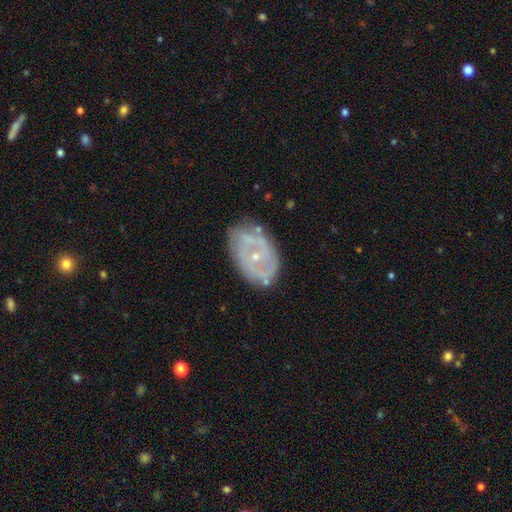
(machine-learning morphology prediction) A featured or disk galaxy (77%) with no bar (70%), spiral arms (66%) and a small central bulge (73%).

Vote fractions:
- Smooth or featured? featured or disk: 77% / smooth: 16% / star or artifact: 7%
- Edge-on disk? no: 95% / yes: 5%
- Bar? no: 70% / weak: 22% / strong: 8%
- Spiral arms? yes: 66% / no: 34%
- Bulge size? small: 73% / moderate: 24% / none: 1% / large: 1% / dominant: 1%
- Merging? none: 69% / minor disturbance: 21% / major disturbance: 7% / merger: 2%